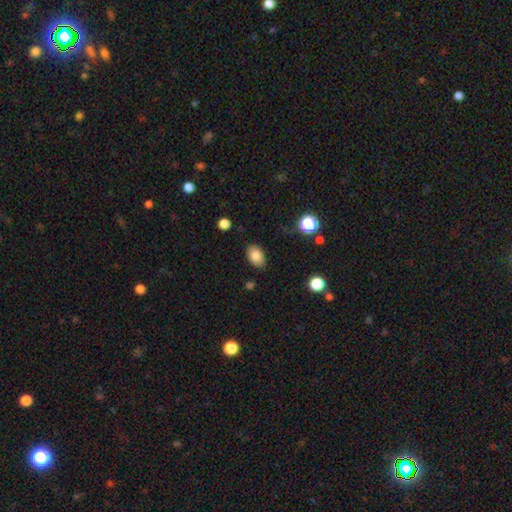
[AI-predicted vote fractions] This is clearly a smooth galaxy (84%). How rounded: clearly in between (85%). Merging: clearly none (83%).